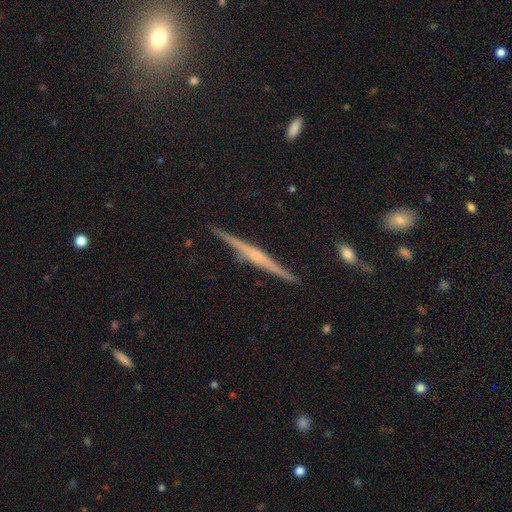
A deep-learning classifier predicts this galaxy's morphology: type=featured or disk (79%); edge-on=yes (98%); edge-on bulge=rounded (59%); merging=none (90%).